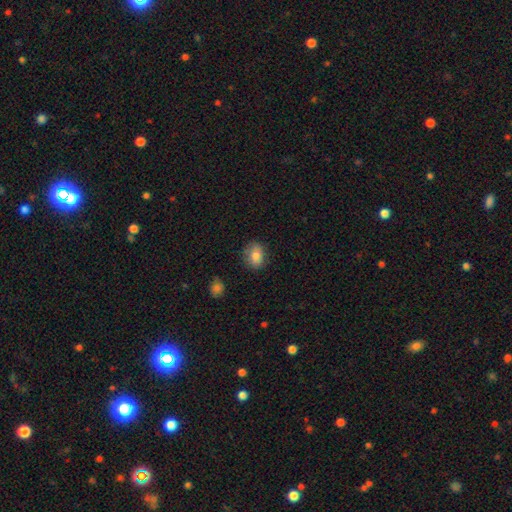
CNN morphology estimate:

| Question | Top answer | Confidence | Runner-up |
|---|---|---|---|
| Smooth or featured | smooth | 82% | featured or disk (10%) |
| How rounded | in between | 59% | round (39%) |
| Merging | none | 79% | minor disturbance (16%) |